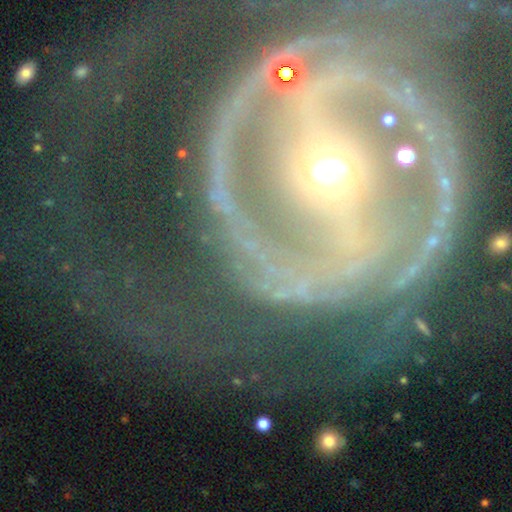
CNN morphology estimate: A featured or disk galaxy (88%) with a strong bar (60%), 2 (69%) tight (45%) spiral arms (96%) and a small central bulge (53%).

Vote fractions:
- Smooth or featured? featured or disk: 88% / star or artifact: 7% / smooth: 5%
- Edge-on disk? no: 97% / yes: 3%
- Bar? strong: 60% / weak: 24% / no: 16%
- Spiral arms? yes: 96% / no: 4%
- Spiral winding? tight: 45% / medium: 43% / loose: 12%
- Spiral arm count? 2: 69% / 3: 9% / can't tell: 8% / 4: 5% / 1: 5% / more than 4: 5%
- Bulge size? small: 53% / moderate: 42% / large: 3% / dominant: 1% / none: 1%
- Merging? none: 64% / minor disturbance: 16% / major disturbance: 15% / merger: 4%